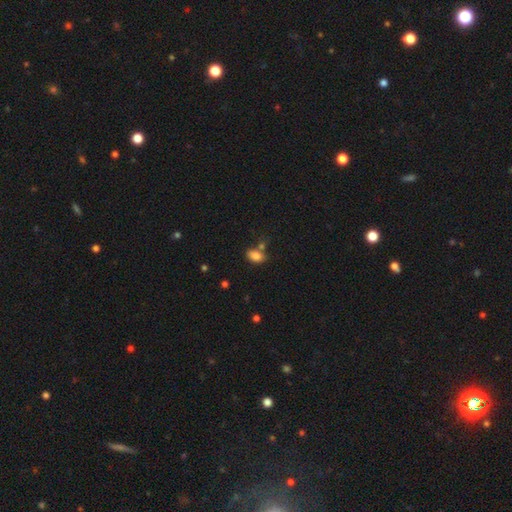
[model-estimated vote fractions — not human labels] Morphology: type=smooth (84%); roundness=in between (86%); merging=none (61%).